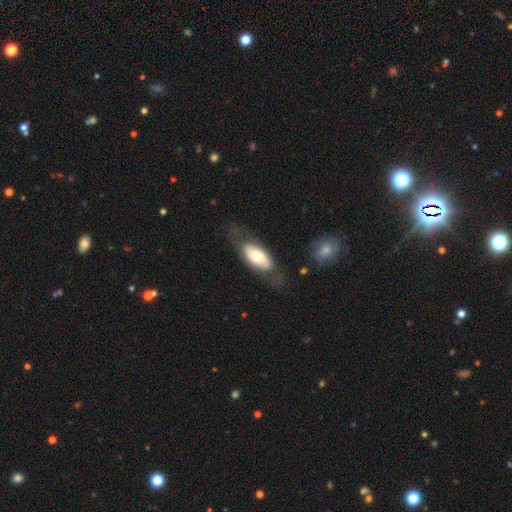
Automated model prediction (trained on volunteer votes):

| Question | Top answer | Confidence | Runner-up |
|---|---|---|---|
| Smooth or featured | smooth | 56% | featured or disk (38%) |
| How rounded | in between | 88% | cigar-shaped (9%) |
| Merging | none | 65% | minor disturbance (20%) |